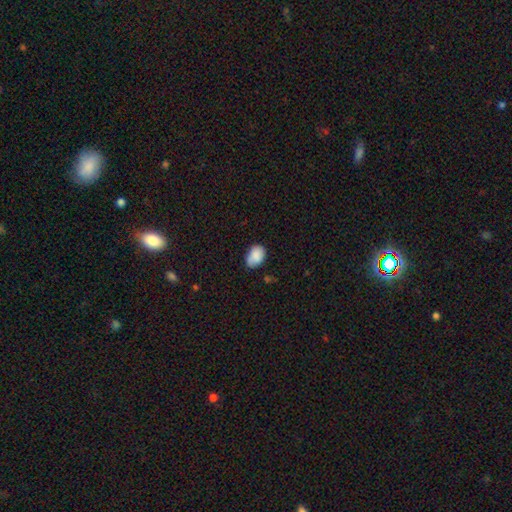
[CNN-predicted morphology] Overall: smooth (85%). How rounded: in between (82%). Merging: none (61%; minor disturbance 31%).